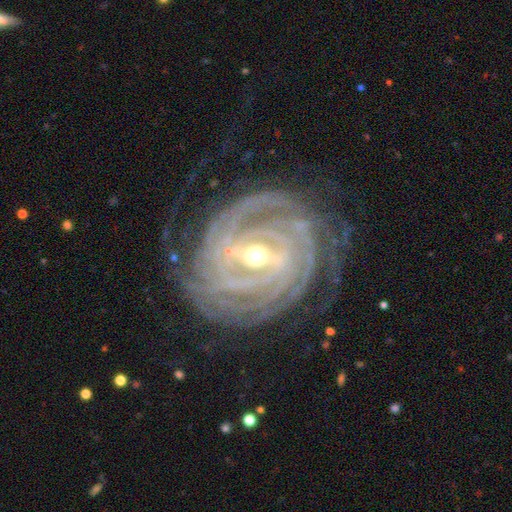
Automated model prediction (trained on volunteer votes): This appears to be a featured or disk galaxy (93%) with a strong bar (64%), 4 (28%) tight (85%) spiral arms (98%) and a moderate central bulge (53%). Merging: none (79%).